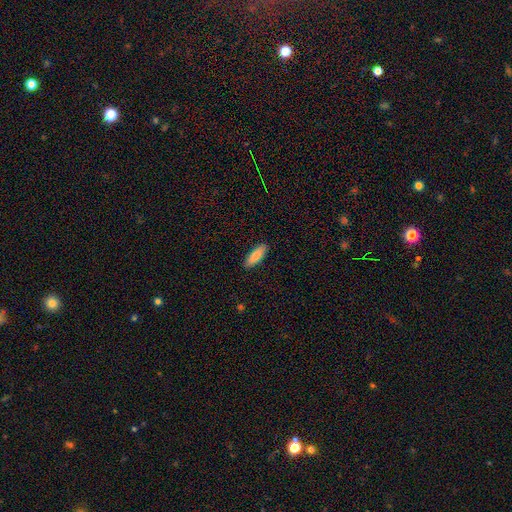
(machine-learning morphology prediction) The model was most divided on "how rounded": in between: 63%, cigar-shaped: 35%, round: 2%. More confident: merging — none (90%); smooth or featured — smooth (85%).